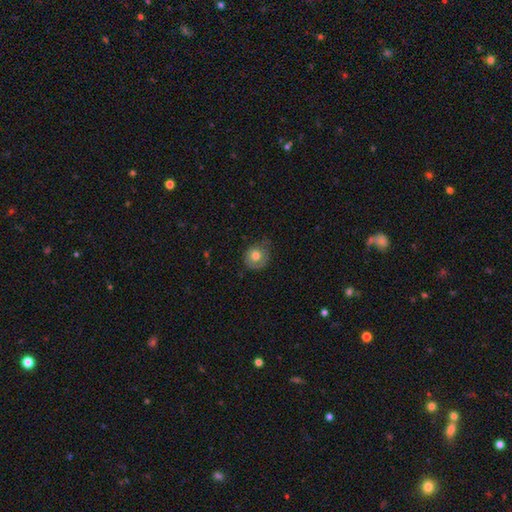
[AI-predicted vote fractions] smooth-or-featured: smooth: 70% | featured or disk: 22% | star or artifact: 8%
  how-rounded: round: 77% | in between: 22% | cigar-shaped: 1%
  merging: none: 55% | minor disturbance: 32% | major disturbance: 11% | merger: 1%